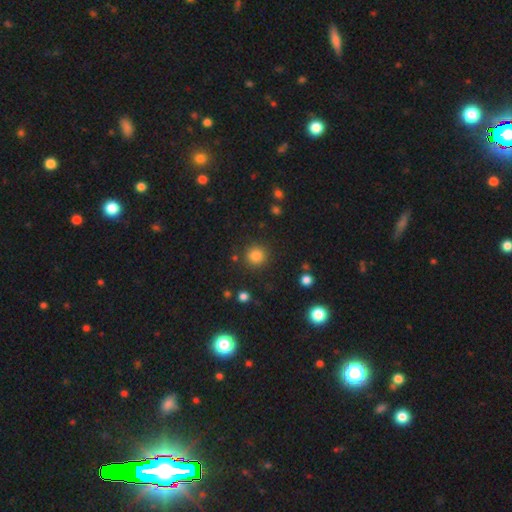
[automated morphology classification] smooth-or-featured: smooth: 83% | star or artifact: 13% | featured or disk: 4%
  how-rounded: round: 93% | in between: 6% | cigar-shaped: 1%
  merging: none: 87% | minor disturbance: 7% | major disturbance: 3% | merger: 2%